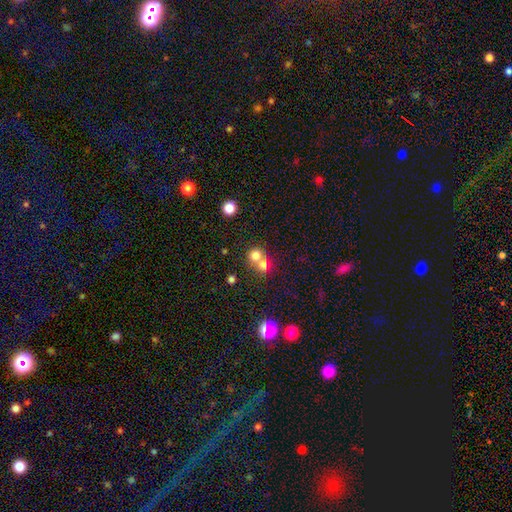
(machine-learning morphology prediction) This is likely a smooth galaxy (74%). How rounded: likely round (80%). Merging: possibly merger (57%).